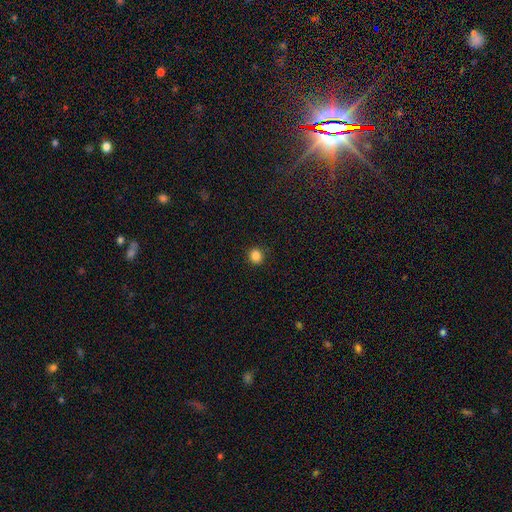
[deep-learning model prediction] Q: Smooth or featured?
A: smooth (85%); runner-up: star or artifact (12%)
Q: How rounded?
A: round (85%); runner-up: in between (14%)
Q: Merging?
A: none (91%); runner-up: minor disturbance (6%)